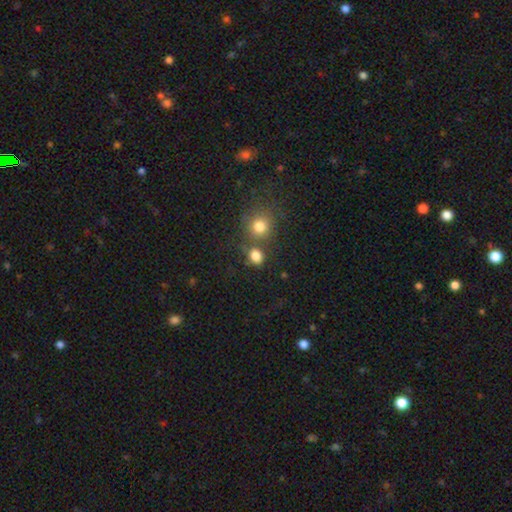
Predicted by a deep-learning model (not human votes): Smooth or featured? Predicted: smooth (p=0.81). How rounded? Predicted: round (p=0.62). Merging? Predicted: none (p=0.58).